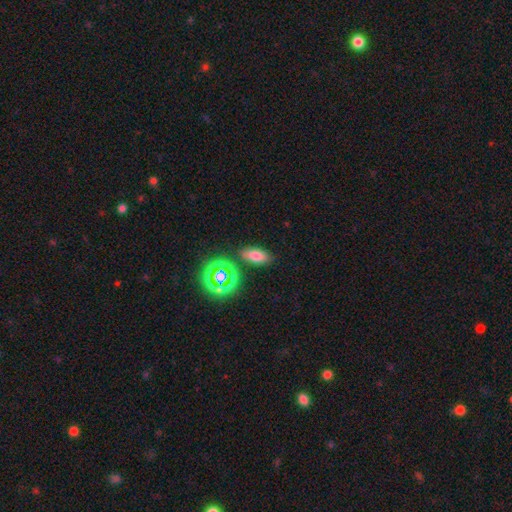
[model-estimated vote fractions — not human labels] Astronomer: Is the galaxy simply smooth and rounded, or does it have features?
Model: smooth — 70%.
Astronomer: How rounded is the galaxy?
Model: in between — 83%.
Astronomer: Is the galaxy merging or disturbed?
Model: none — 83%.